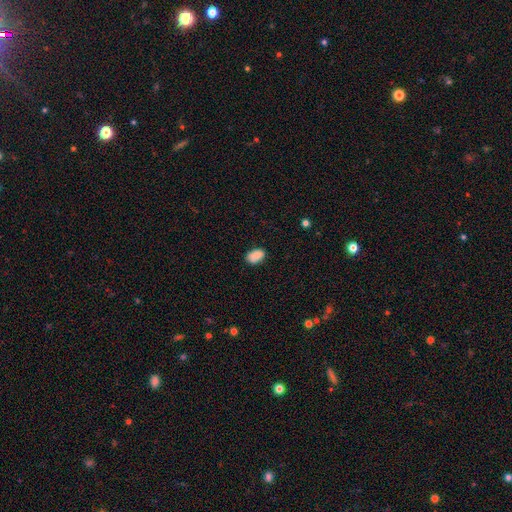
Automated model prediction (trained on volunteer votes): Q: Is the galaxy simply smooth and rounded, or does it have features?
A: smooth — 81%.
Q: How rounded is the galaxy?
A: in between — 87%.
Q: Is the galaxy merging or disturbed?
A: none — 66%.